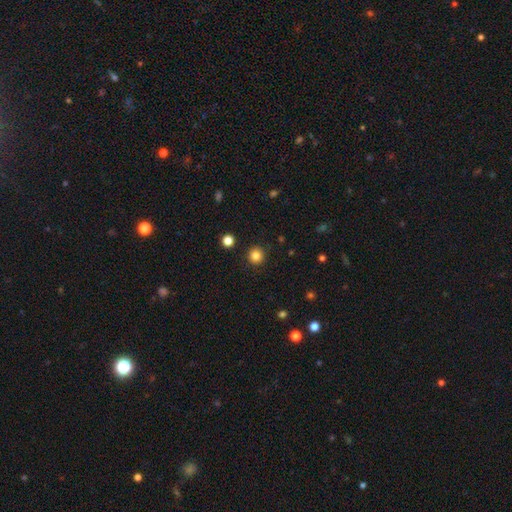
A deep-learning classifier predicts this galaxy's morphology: type=smooth (84%); roundness=round (95%); merging=none (92%).